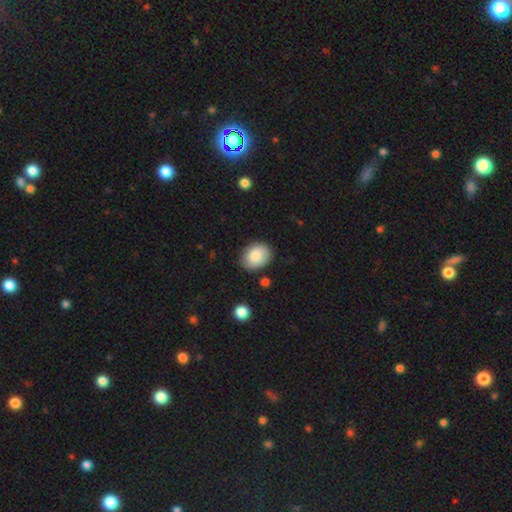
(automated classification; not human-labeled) Smooth or featured?
  - smooth: 87% *
  - star or artifact: 7%
  - featured or disk: 6%
How rounded?
  - in between: 70% *
  - round: 29%
  - cigar-shaped: 1%
Merging?
  - none: 80% *
  - minor disturbance: 14%
  - major disturbance: 3%
  - merger: 2%